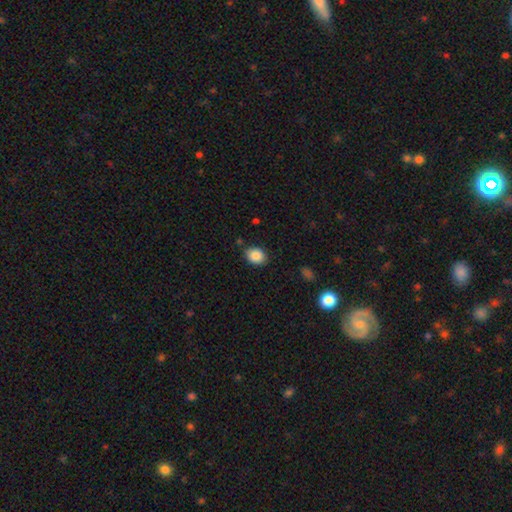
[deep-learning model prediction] The model was most divided on "how rounded": in between: 54%, round: 45%, cigar-shaped: 1%. More confident: smooth or featured — smooth (87%); merging — none (83%).